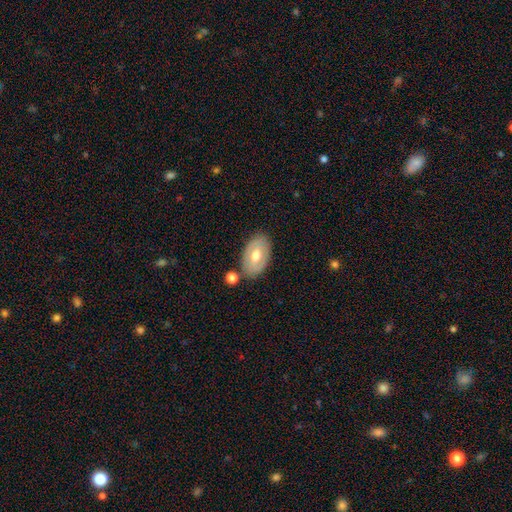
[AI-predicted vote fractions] Smooth or featured: smooth — 54% (featured or disk — 40%)
How rounded: in between — 91% (round — 7%)
Merging: none — 74% (minor disturbance — 15%)